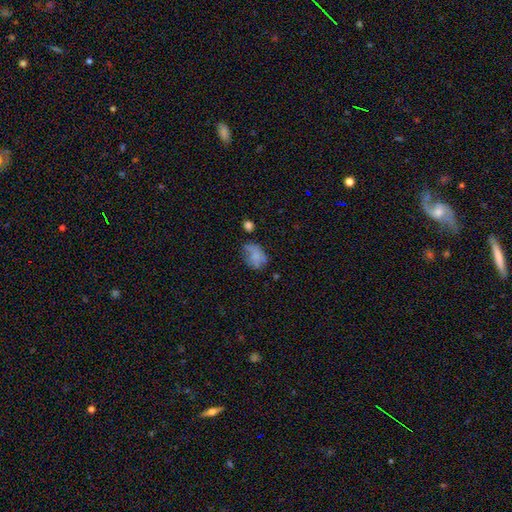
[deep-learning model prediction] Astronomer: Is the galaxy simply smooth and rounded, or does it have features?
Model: smooth — 65%.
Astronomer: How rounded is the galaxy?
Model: in between — 64%.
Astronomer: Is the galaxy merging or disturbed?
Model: none — 44% (runner-up: minor disturbance, 30%).